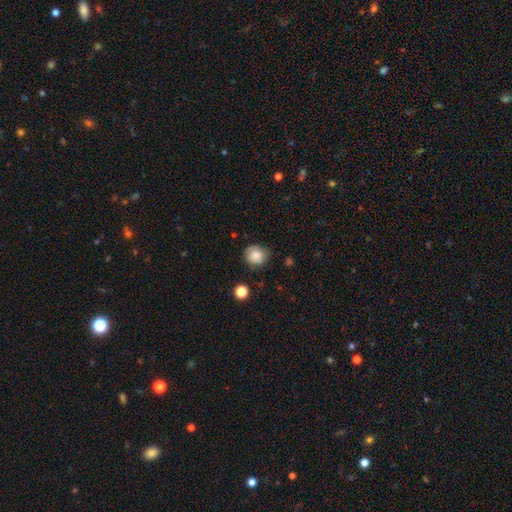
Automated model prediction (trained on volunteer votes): A smooth galaxy with no disk features (82%) that is round (78%). Merging: none (75%).